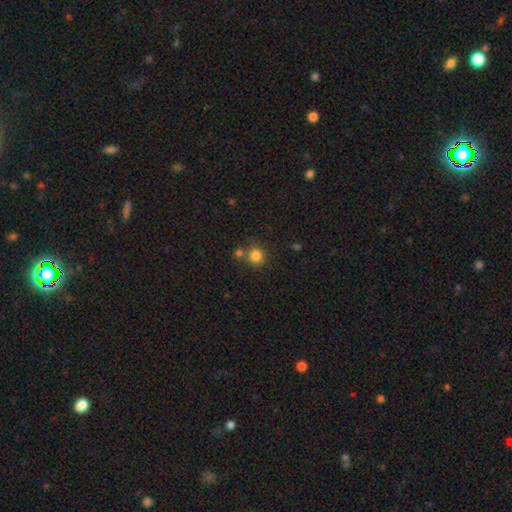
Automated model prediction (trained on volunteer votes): Smooth or featured: smooth — 83% (star or artifact — 12%)
How rounded: round — 89% (in between — 10%)
Merging: none — 67% (merger — 19%)